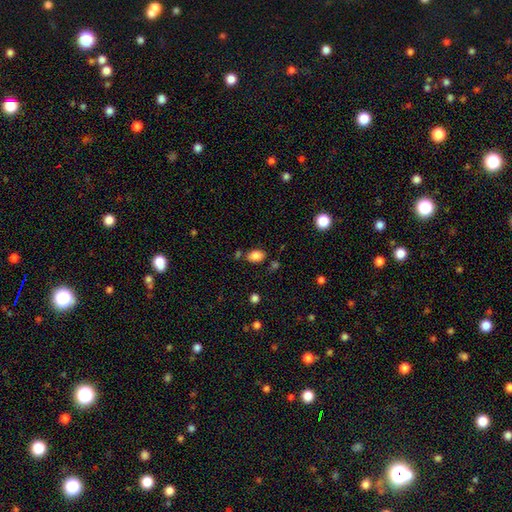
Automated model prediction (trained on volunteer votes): Smooth or featured: smooth — 85% (star or artifact — 10%)
How rounded: in between — 83% (round — 16%)
Merging: none — 74% (minor disturbance — 14%)